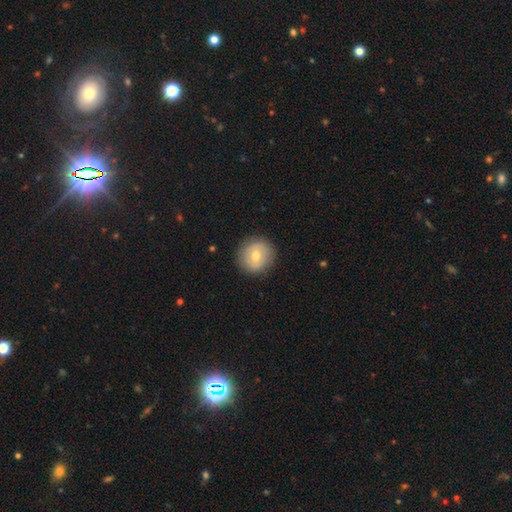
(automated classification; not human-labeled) smooth_or_featured: smooth (p=0.62) [alt: featured or disk p=0.31]
how_rounded: round (p=0.90) [alt: in between p=0.09]
merging: none (p=0.87) [alt: minor disturbance p=0.09]